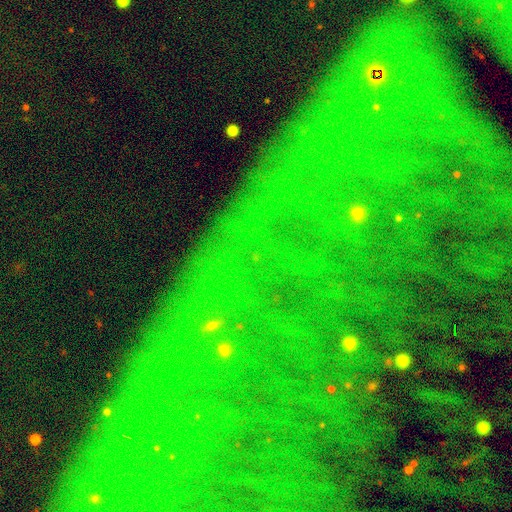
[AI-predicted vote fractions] Overall: star or artifact (81%).